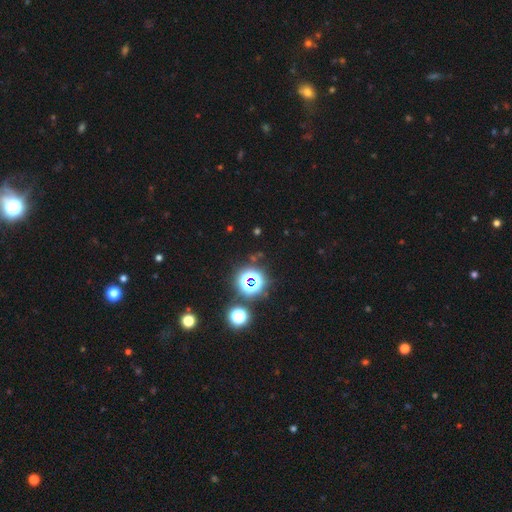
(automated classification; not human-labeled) star or artifact 77%, smooth 16%, featured or disk 7%.